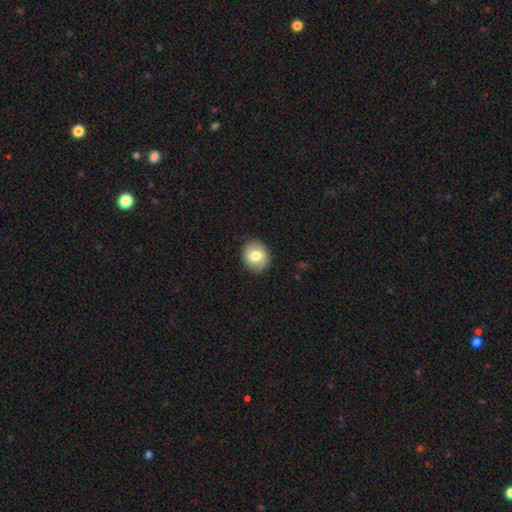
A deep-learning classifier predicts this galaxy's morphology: A smooth galaxy with no disk features (77%) that is round (68%).

Vote fractions:
- Smooth or featured? smooth: 77% / featured or disk: 16% / star or artifact: 7%
- How rounded? round: 68% / in between: 31% / cigar-shaped: 1%
- Merging? none: 88% / minor disturbance: 9% / major disturbance: 2% / merger: 1%